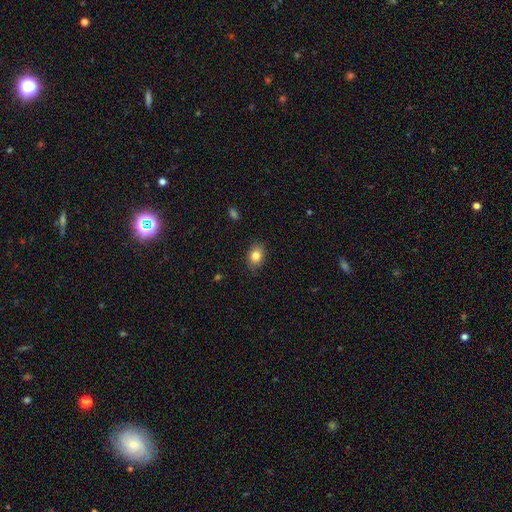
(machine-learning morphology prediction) Smooth or featured: smooth — 82% (star or artifact — 9%)
How rounded: in between — 69% (round — 30%)
Merging: none — 86% (minor disturbance — 11%)